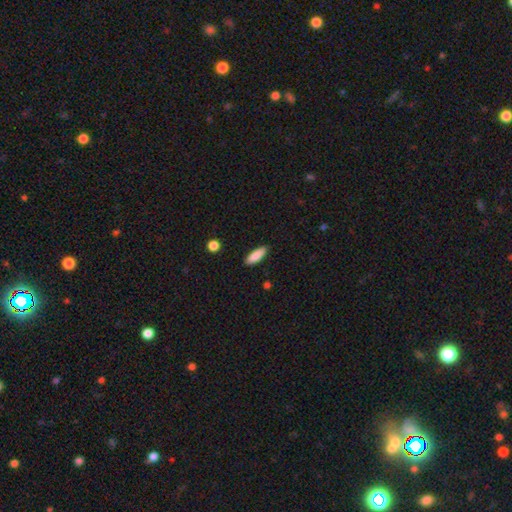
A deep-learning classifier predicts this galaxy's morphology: Overall: smooth (87%). How rounded: in between (57%; cigar-shaped 42%). Merging: none (87%).